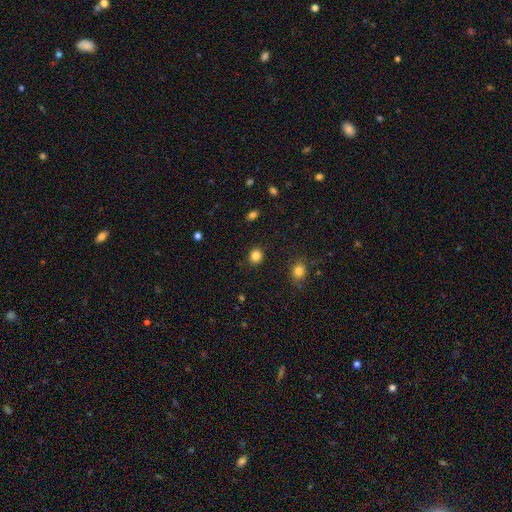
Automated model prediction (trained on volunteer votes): Smooth or featured? smooth (85%)
How rounded? round (81%)
Merging? none (90%)